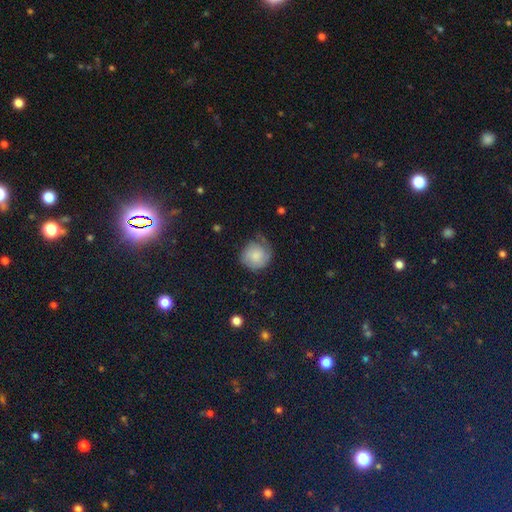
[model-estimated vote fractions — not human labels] Overall: smooth (64%; featured or disk 28%). How rounded: round (87%). Merging: none (55%; minor disturbance 30%).